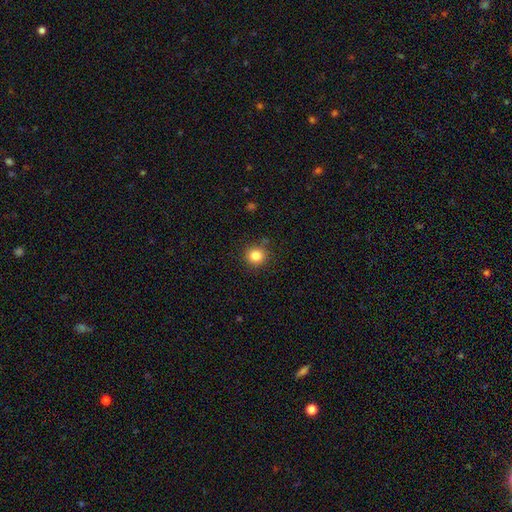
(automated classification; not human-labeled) Smooth or featured?
  - smooth: 84% *
  - star or artifact: 11%
  - featured or disk: 5%
How rounded?
  - round: 93% *
  - in between: 7%
  - cigar-shaped: 1%
Merging?
  - none: 88% *
  - minor disturbance: 8%
  - major disturbance: 2%
  - merger: 2%